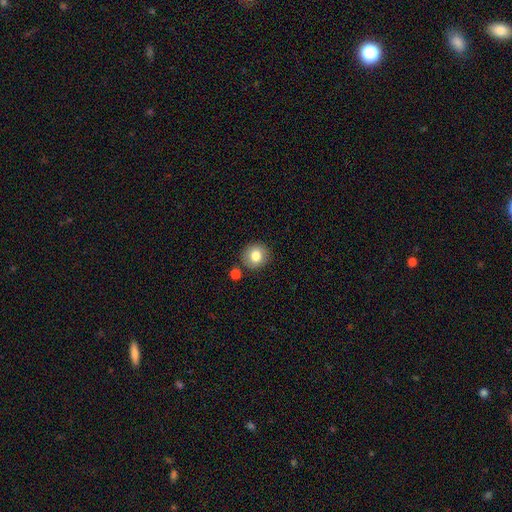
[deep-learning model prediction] Morphology: type=smooth (81%); roundness=round (83%); merging=none (83%).